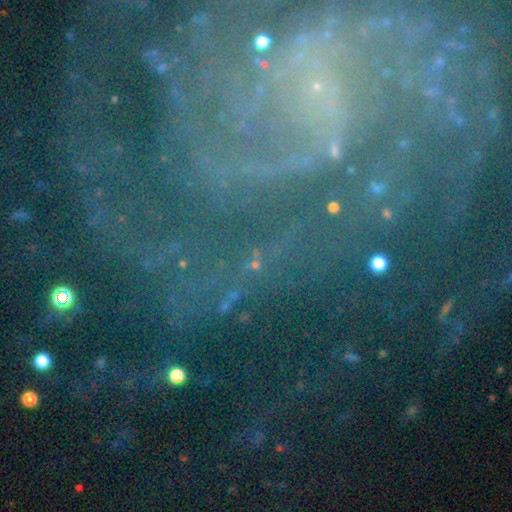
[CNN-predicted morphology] This is possibly a featured or disk galaxy (50%). It is clearly not viewed edge-on (92%). Merging: likely none (68%).